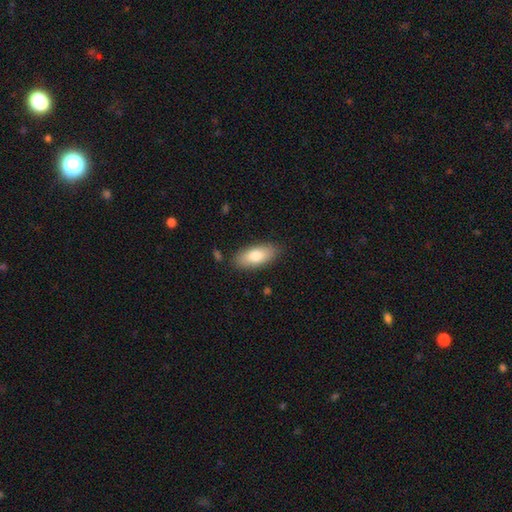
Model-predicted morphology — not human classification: type=smooth (80%); roundness=in between (85%); merging=none (85%).